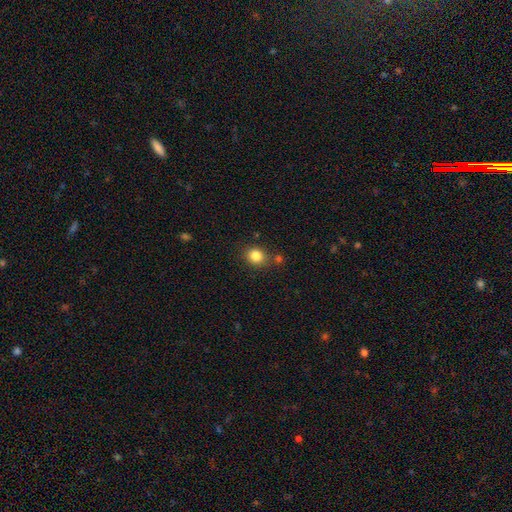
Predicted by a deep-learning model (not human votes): Smooth or featured?
  - smooth: 84% *
  - star or artifact: 11%
  - featured or disk: 5%
How rounded?
  - round: 79% *
  - in between: 20%
  - cigar-shaped: 1%
Merging?
  - none: 79% *
  - minor disturbance: 10%
  - merger: 8%
  - major disturbance: 3%